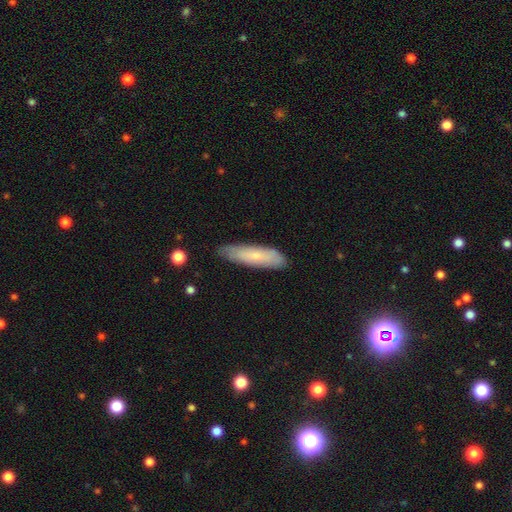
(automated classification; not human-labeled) smooth_or_featured: smooth (p=0.67) [alt: featured or disk p=0.27]
how_rounded: cigar-shaped (p=0.73) [alt: in between p=0.26]
merging: none (p=0.77) [alt: minor disturbance p=0.18]